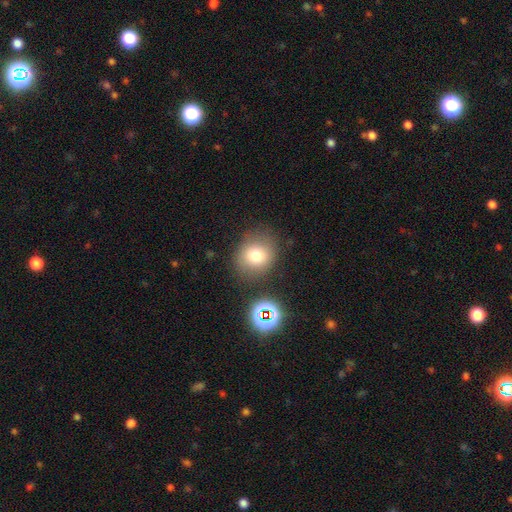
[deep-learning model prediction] The model was most divided on "how rounded": round: 73%, in between: 26%, cigar-shaped: 1%. More confident: merging — none (77%); smooth or featured — smooth (74%).